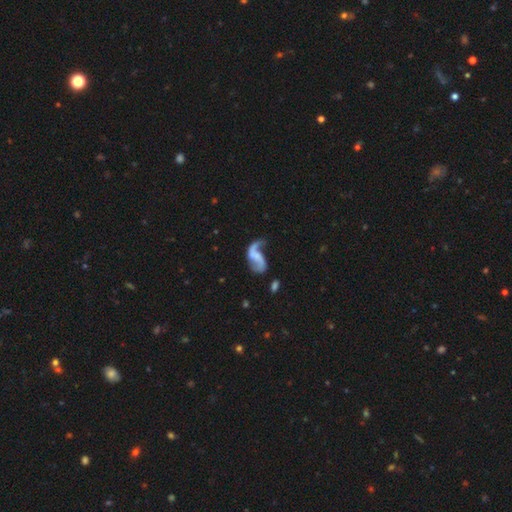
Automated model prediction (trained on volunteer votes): Overall: featured or disk (80%). Edge-on disk: no (97%). Bar: no (47%; weak 36%). Spiral arms: yes (92%). Spiral arm count: 2 (79%). Spiral winding: loose (82%). Bulge size: none (54%; small 30%). Merging: none (45%; major disturbance 27%).